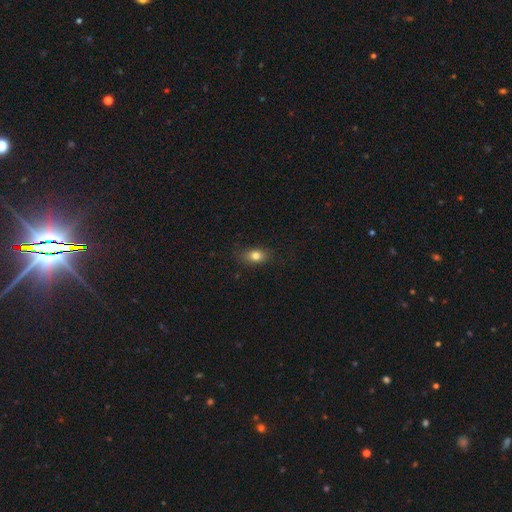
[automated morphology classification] The model was most divided on "how rounded": in between: 78%, round: 17%, cigar-shaped: 5%. More confident: merging — none (82%); smooth or featured — smooth (80%).